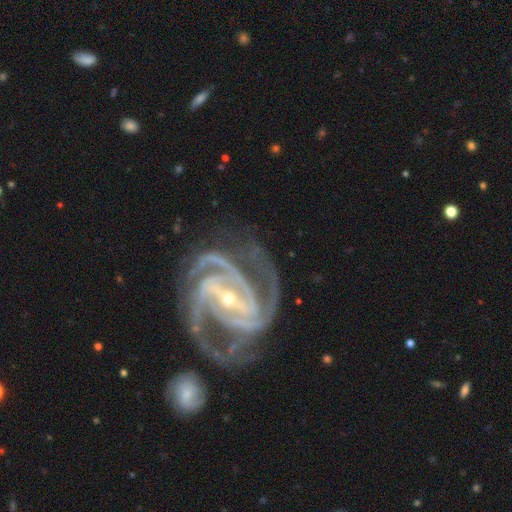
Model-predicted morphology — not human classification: Smooth or featured? featured or disk (94%)
Edge-on disk? no (98%)
Bar? strong (66%)
Spiral arms? yes (99%)
Spiral winding? tight (57%)
Spiral arm count? 3 (40%)
Bulge size? small (70%)
Merging? none (64%)